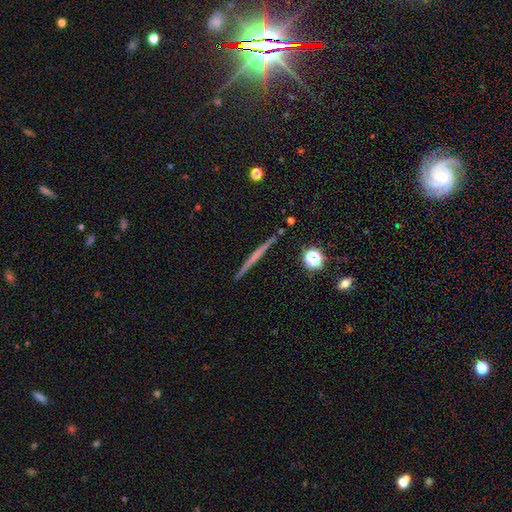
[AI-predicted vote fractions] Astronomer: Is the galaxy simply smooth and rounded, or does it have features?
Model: featured or disk — 55% (runner-up: smooth, 37%).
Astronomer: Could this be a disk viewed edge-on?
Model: yes — 98%.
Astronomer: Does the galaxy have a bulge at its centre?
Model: none — 87%.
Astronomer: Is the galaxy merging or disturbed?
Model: none — 91%.